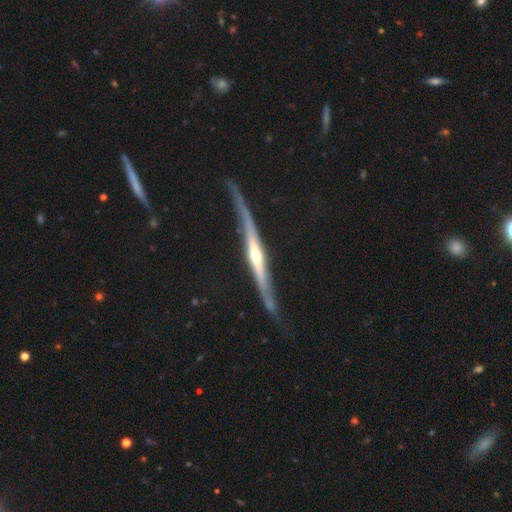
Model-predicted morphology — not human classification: This is clearly a featured or disk galaxy (83%). It is clearly viewed edge-on (95%). Edge-on bulge: clearly rounded (81%). Merging: likely none (70%).